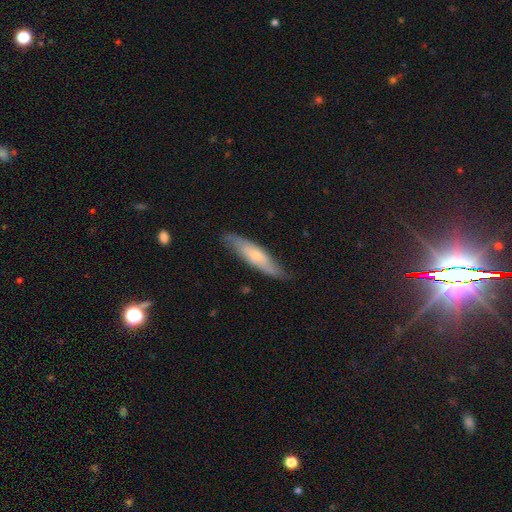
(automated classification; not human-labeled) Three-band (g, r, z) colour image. It shows a smooth galaxy with no disk features (48%). Merging: none (79%).